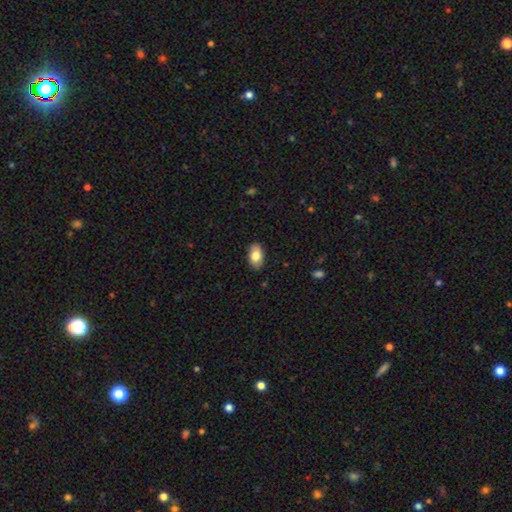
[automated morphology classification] Overall: smooth (81%). How rounded: in between (93%). Merging: none (87%).